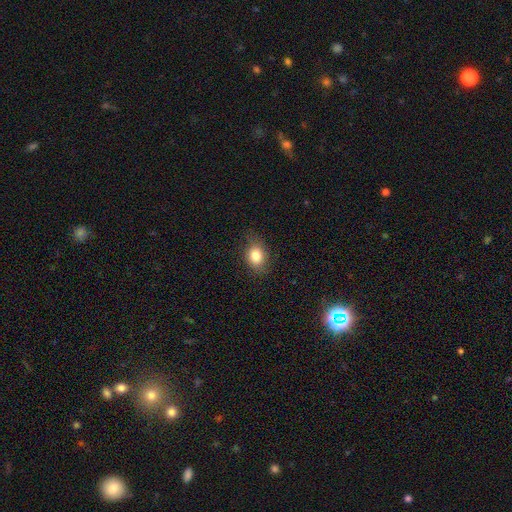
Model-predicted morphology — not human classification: type=smooth (83%); roundness=in between (57%); merging=none (77%).